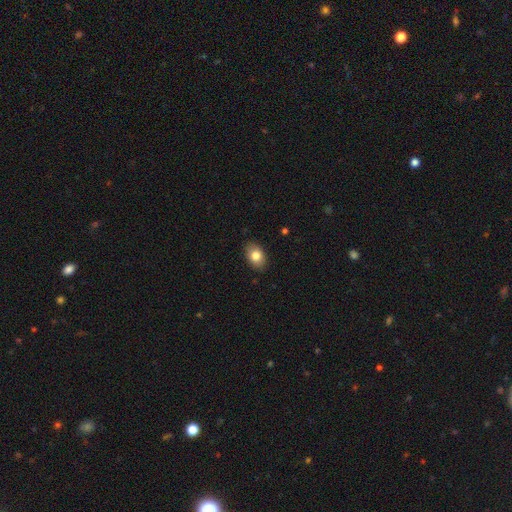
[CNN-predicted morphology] type=smooth (82%); roundness=in between (83%); merging=none (87%).